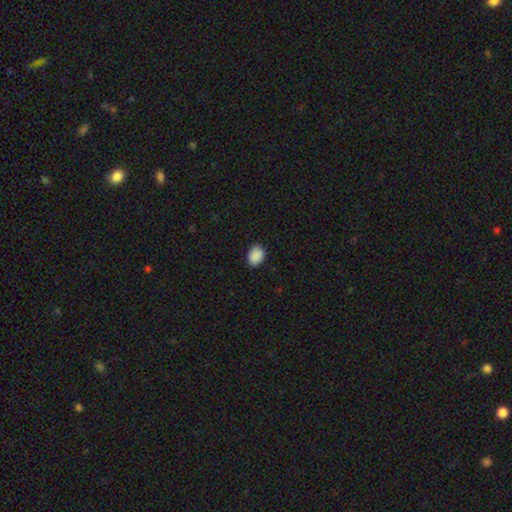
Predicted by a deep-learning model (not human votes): Smooth or featured: smooth — 90% (star or artifact — 8%)
How rounded: in between — 62% (round — 37%)
Merging: none — 86% (minor disturbance — 11%)